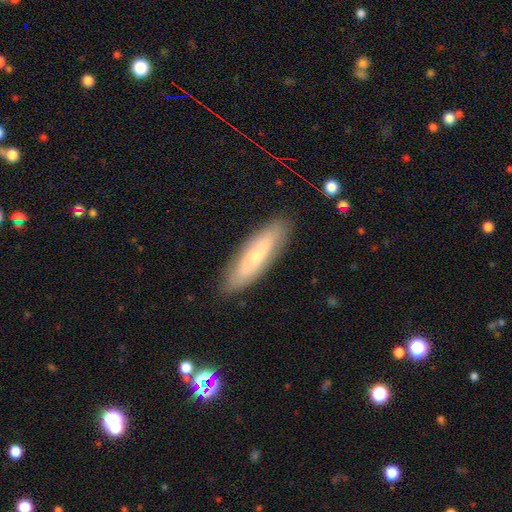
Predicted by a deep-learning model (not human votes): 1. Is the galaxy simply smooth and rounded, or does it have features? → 49% smooth, 43% featured or disk, 8% star or artifact.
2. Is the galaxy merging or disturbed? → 87% none, 10% minor disturbance, 2% major disturbance, 1% merger.